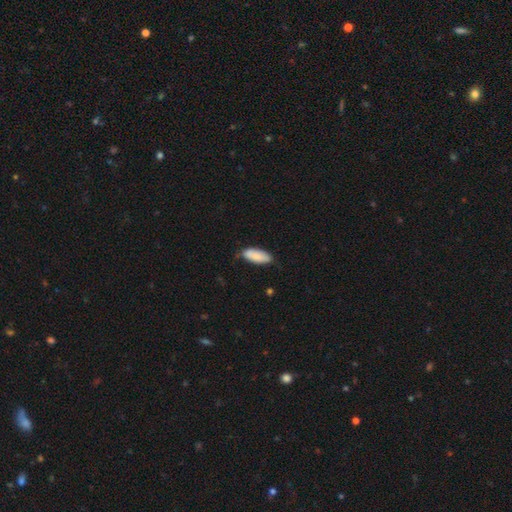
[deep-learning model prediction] A smooth galaxy with no disk features (84%) that is in between round and cigar-shaped (80%). Merging: none (68%).